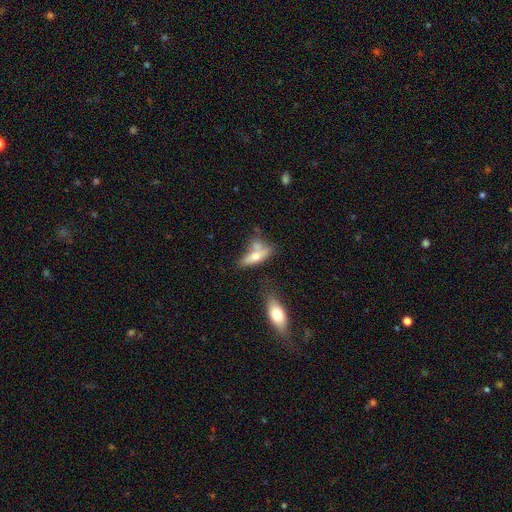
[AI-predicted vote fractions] smooth-or-featured: smooth: 60% | featured or disk: 32% | star or artifact: 8%
  how-rounded: in between: 61% | cigar-shaped: 35% | round: 4%
  merging: none: 40% | merger: 32% | minor disturbance: 19% | major disturbance: 10%